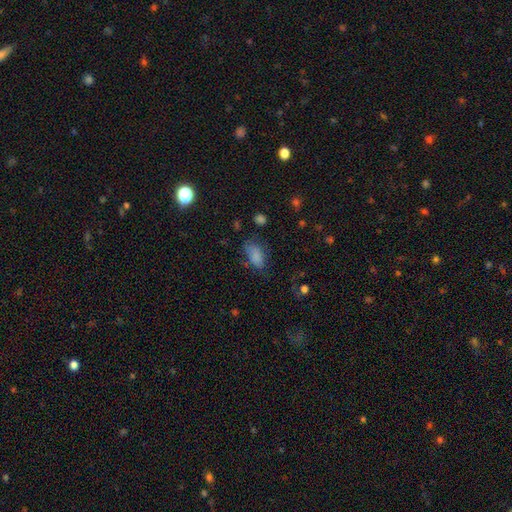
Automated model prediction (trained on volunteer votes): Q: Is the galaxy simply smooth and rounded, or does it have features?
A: smooth — 80%.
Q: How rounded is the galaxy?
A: in between — 91%.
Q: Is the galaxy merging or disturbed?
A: none — 51%.